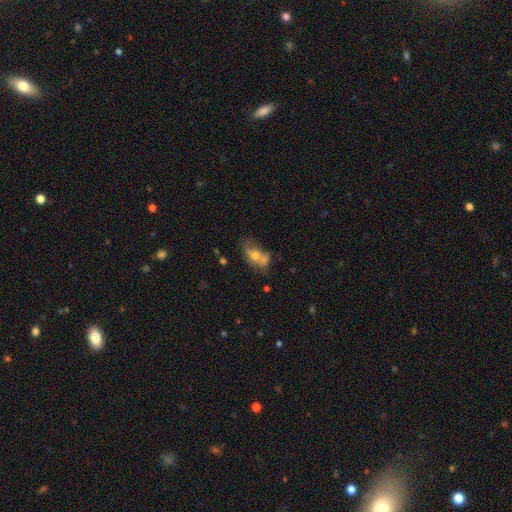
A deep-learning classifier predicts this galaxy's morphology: smooth-or-featured: smooth: 55% | featured or disk: 32% | star or artifact: 13%
  how-rounded: in between: 72% | round: 24% | cigar-shaped: 4%
  merging: merger: 42% | none: 32% | minor disturbance: 16% | major disturbance: 10%